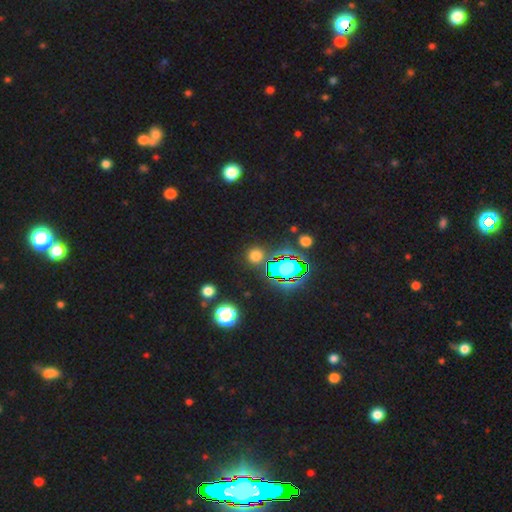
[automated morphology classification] Smooth or featured? Predicted: smooth (p=0.55). How rounded? Predicted: round (p=0.91). Merging? Predicted: none (p=0.85).